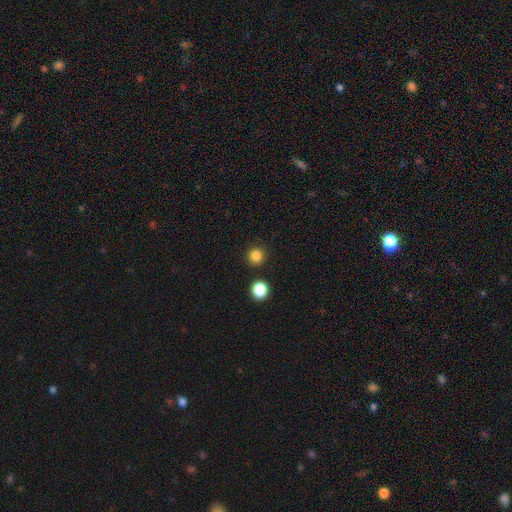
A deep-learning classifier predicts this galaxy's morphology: This is clearly a smooth galaxy (84%). How rounded: clearly round (93%). Merging: clearly none (90%).